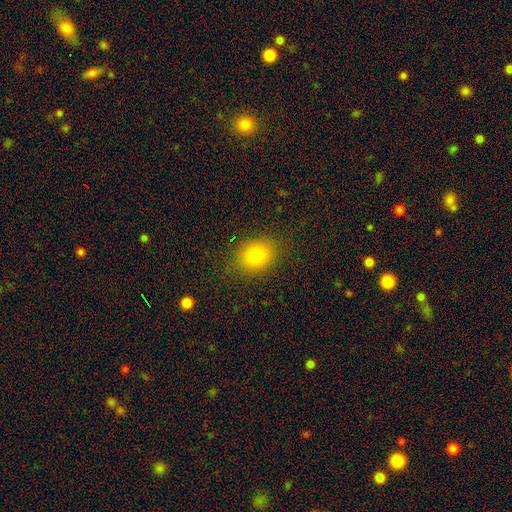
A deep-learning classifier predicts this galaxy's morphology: smooth_or_featured: smooth (p=0.81) [alt: star or artifact p=0.11]
how_rounded: in between (p=0.53) [alt: round p=0.46]
merging: none (p=0.85) [alt: minor disturbance p=0.10]